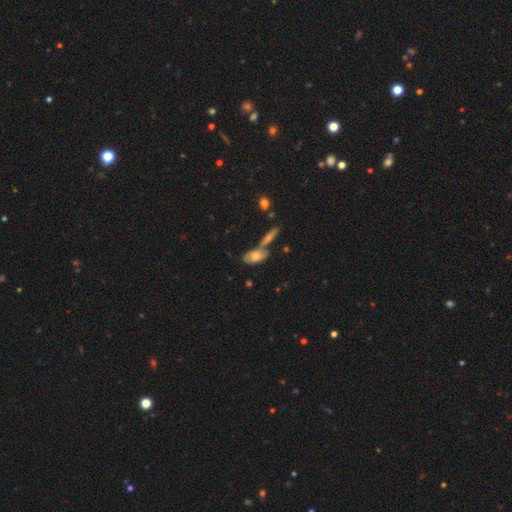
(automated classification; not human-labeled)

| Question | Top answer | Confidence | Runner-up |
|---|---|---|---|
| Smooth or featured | smooth | 61% | featured or disk (31%) |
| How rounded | in between | 83% | cigar-shaped (13%) |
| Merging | merger | 40% | none (38%) |